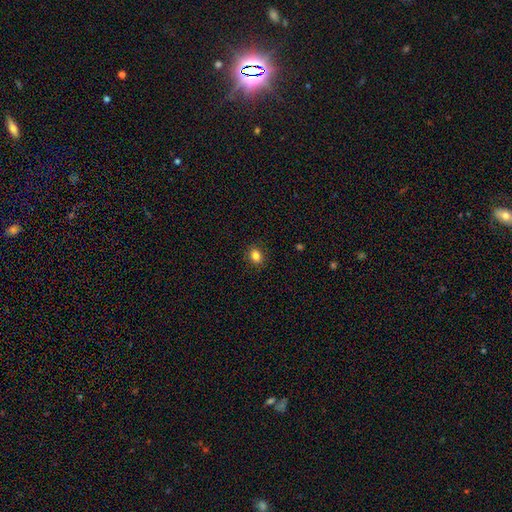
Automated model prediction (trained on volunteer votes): Smooth or featured: smooth — 84% (star or artifact — 11%)
How rounded: in between — 50% (round — 49%)
Merging: none — 89% (minor disturbance — 8%)